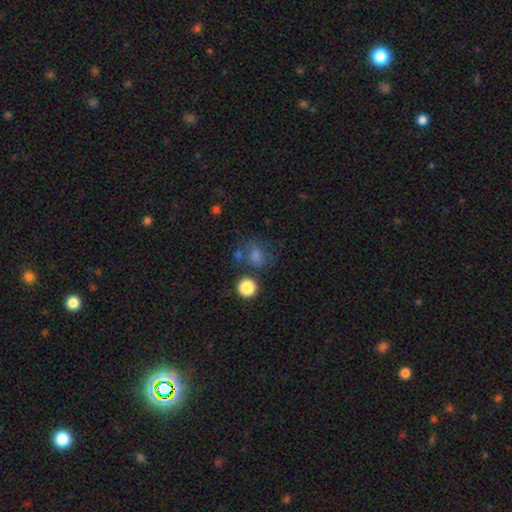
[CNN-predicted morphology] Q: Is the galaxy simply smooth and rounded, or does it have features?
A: smooth — 63%.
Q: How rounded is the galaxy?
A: round — 59%.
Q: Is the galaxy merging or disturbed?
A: none — 53%.